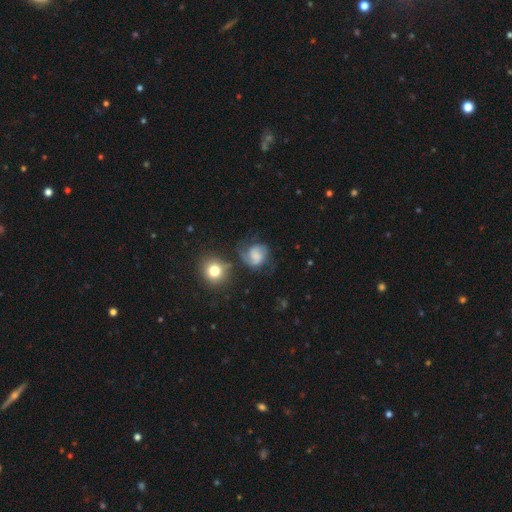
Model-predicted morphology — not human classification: type=featured or disk (59%); edge-on=no (98%); bar=no (55%); spiral arms=yes (89%); winding=medium (46%); arm count=2 (71%); bulge=none (41%); merging=none (52%).